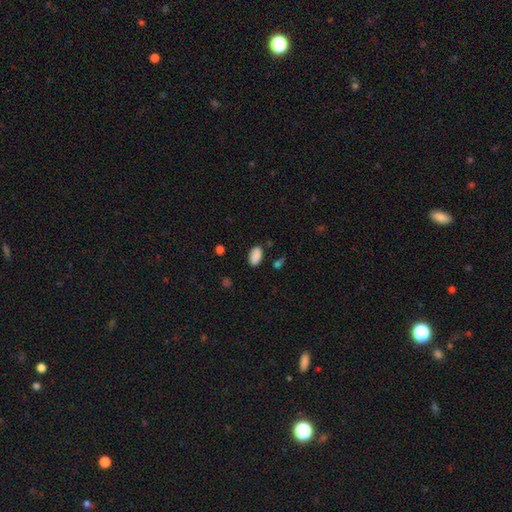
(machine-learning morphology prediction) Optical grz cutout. It shows a smooth galaxy with no disk features (88%) that is in between round and cigar-shaped (94%). Merging: none (82%).